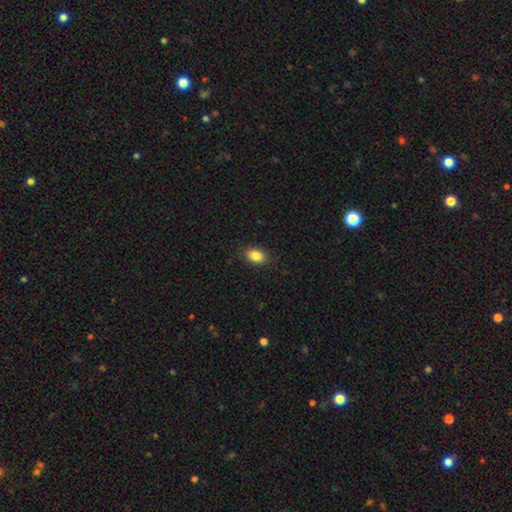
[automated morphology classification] Overall: smooth (85%). How rounded: in between (82%). Merging: none (88%).